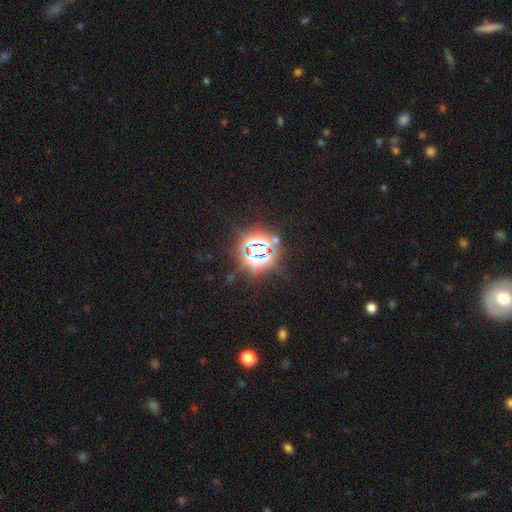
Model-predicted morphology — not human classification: smooth_or_featured: star or artifact (p=0.79) [alt: smooth p=0.12]